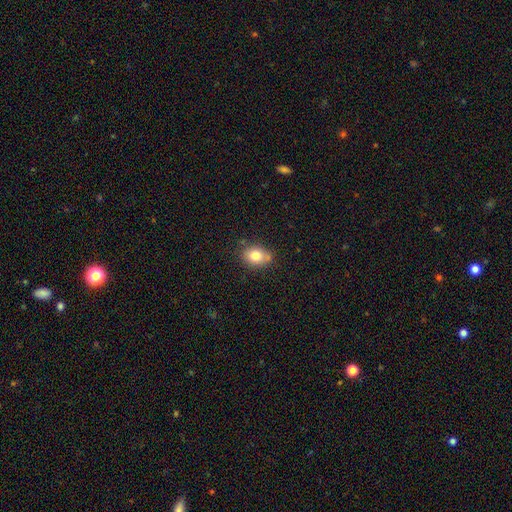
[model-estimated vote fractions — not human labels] smooth-or-featured: smooth: 80% | featured or disk: 11% | star or artifact: 10%
  how-rounded: in between: 63% | round: 36% | cigar-shaped: 1%
  merging: none: 73% | minor disturbance: 18% | merger: 5% | major disturbance: 4%